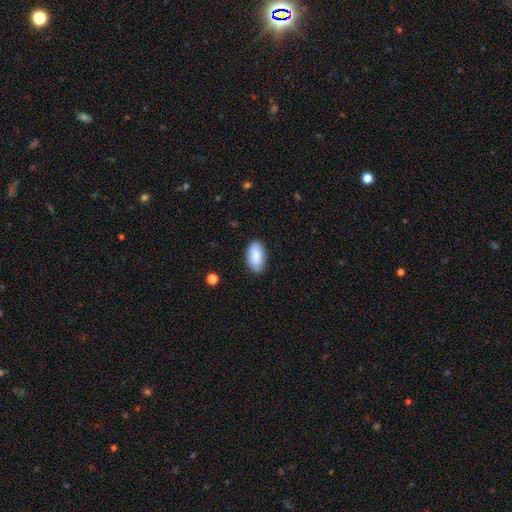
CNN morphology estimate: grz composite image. It shows a smooth galaxy with no disk features (87%) that is in between round and cigar-shaped (95%). Merging: none (84%).